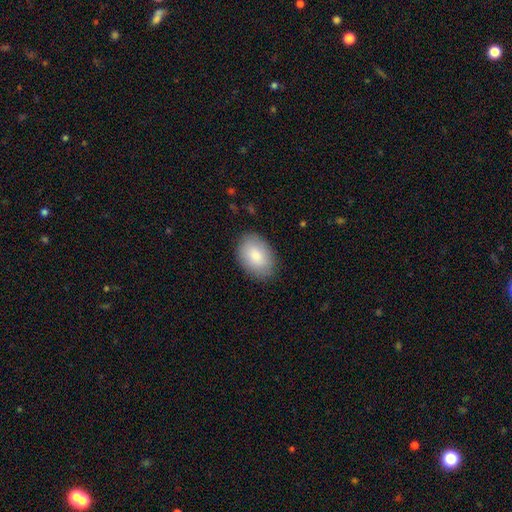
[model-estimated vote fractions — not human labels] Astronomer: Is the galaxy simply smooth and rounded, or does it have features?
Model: smooth — 85%.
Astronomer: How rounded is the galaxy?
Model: in between — 88%.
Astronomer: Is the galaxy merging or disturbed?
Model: none — 86%.